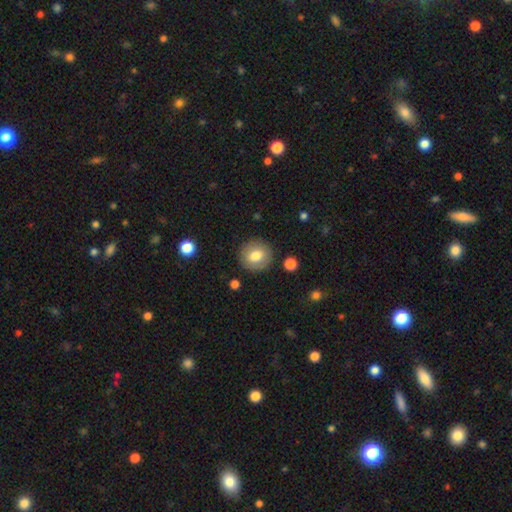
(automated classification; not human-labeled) smooth_or_featured: smooth (p=0.77) [alt: featured or disk p=0.14]
how_rounded: round (p=0.89) [alt: in between p=0.10]
merging: none (p=0.88) [alt: minor disturbance p=0.07]